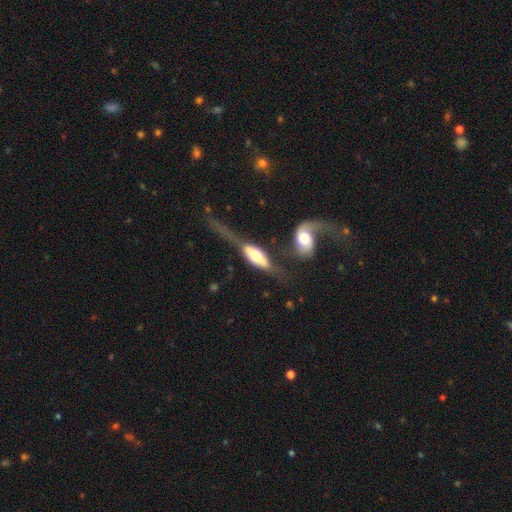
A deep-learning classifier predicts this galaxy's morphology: featured or disk 59%, smooth 35%, star or artifact 6%. Down the decision tree: edge-on disk — yes (62%); merging — none (28%, tied with merger).